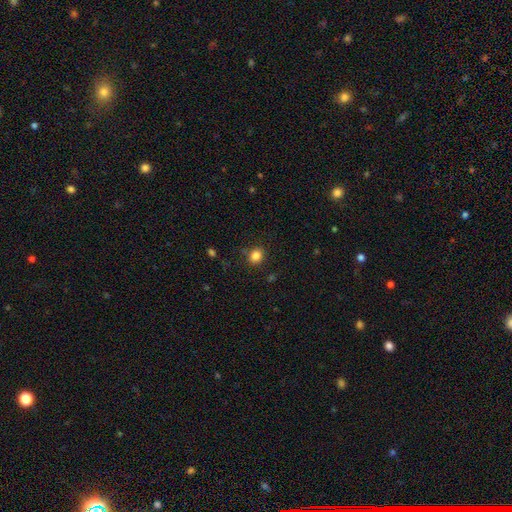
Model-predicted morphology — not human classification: A smooth galaxy with no disk features (84%) that is round (74%). Merging: none (84%).